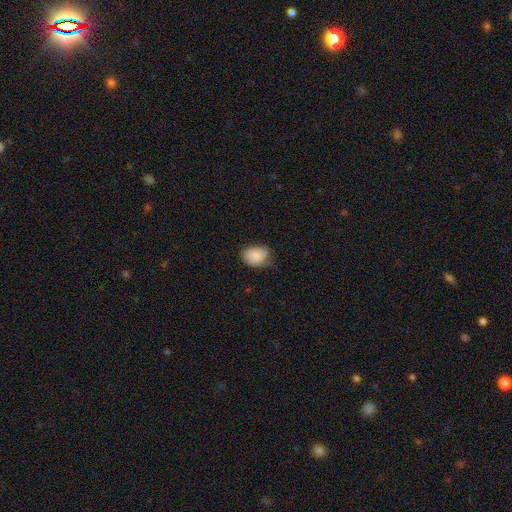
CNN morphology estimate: The model was most divided on "merging": none: 49%, minor disturbance: 39%, major disturbance: 11%, merger: 2%. More confident: smooth or featured — smooth (84%); how rounded — in between (76%).